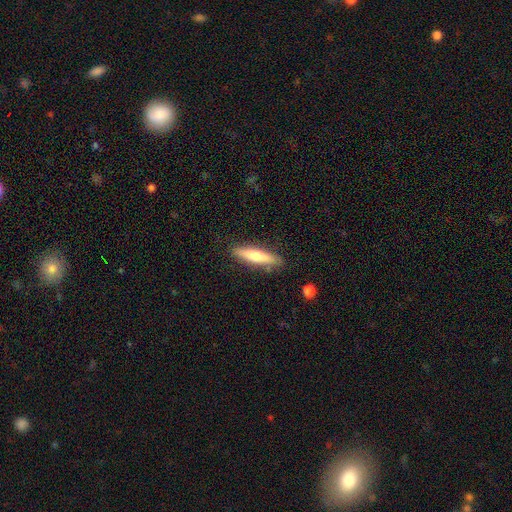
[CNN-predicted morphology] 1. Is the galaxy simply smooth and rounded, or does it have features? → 57% smooth, 37% featured or disk, 6% star or artifact.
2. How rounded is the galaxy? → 83% cigar-shaped, 15% in between, 2% round.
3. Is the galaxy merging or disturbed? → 86% none, 10% minor disturbance, 2% major disturbance, 2% merger.